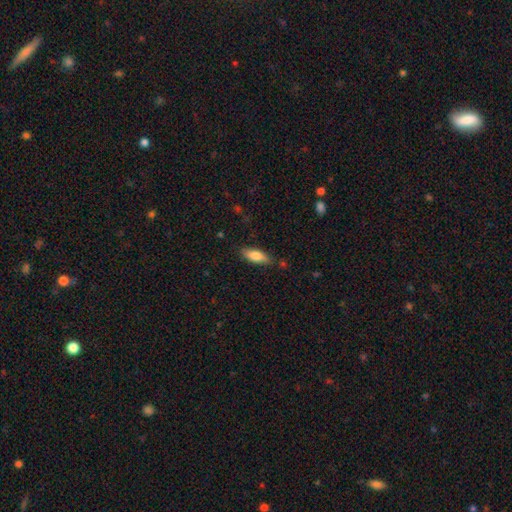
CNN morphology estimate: A smooth galaxy with no disk features (79%) that is in between round and cigar-shaped (68%).

Vote fractions:
- Smooth or featured? smooth: 79% / featured or disk: 15% / star or artifact: 6%
- How rounded? in between: 68% / cigar-shaped: 30% / round: 2%
- Merging? none: 81% / minor disturbance: 14% / major disturbance: 3% / merger: 2%